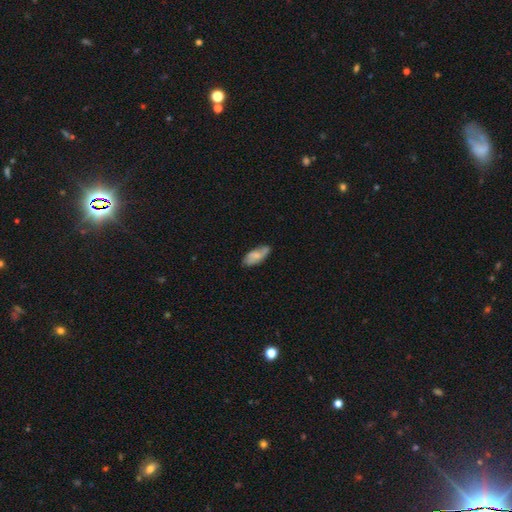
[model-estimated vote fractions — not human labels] smooth-or-featured: smooth: 53% | featured or disk: 40% | star or artifact: 7%
  how-rounded: in between: 83% | cigar-shaped: 15% | round: 3%
  merging: none: 70% | minor disturbance: 23% | major disturbance: 5% | merger: 2%